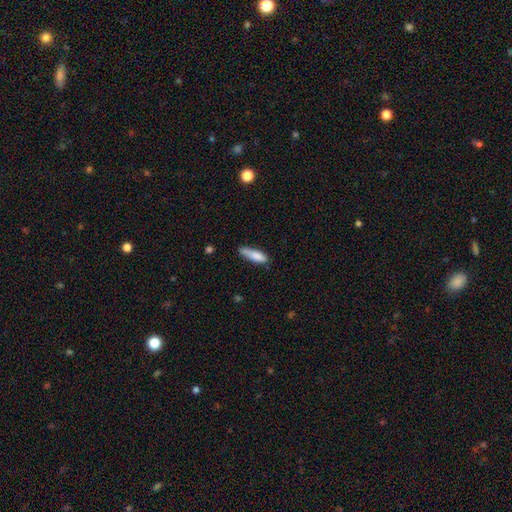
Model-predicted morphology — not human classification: smooth 84%, featured or disk 10%, star or artifact 7%. Down the decision tree: how rounded — cigar-shaped (60%); merging — none (59%).